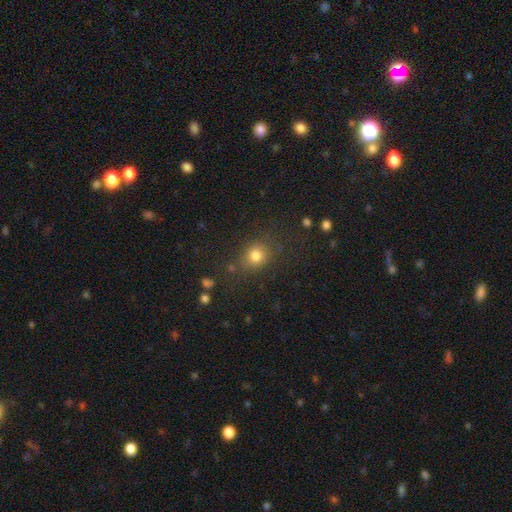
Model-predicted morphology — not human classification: This is likely a smooth galaxy (79%). How rounded: likely round (69%). Merging: likely none (76%).